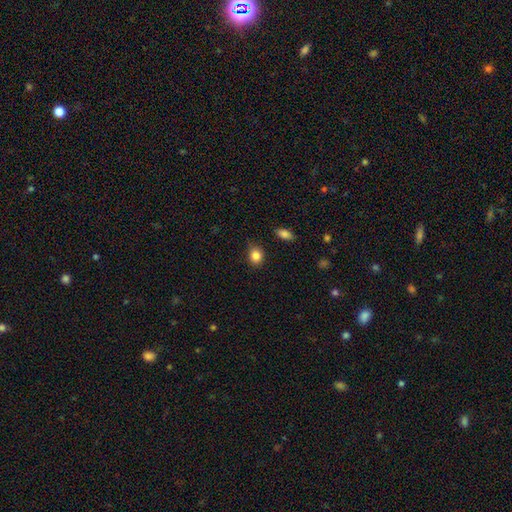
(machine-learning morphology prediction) Q: Smooth or featured?
A: smooth (85%); runner-up: star or artifact (10%)
Q: How rounded?
A: round (62%); runner-up: in between (37%)
Q: Merging?
A: none (82%); runner-up: minor disturbance (13%)